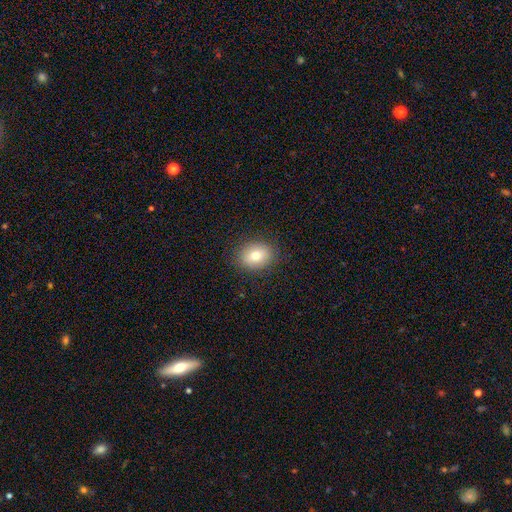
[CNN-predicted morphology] smooth 77%, featured or disk 13%, star or artifact 9%. Down the decision tree: how rounded — in between (55%); merging — none (88%).